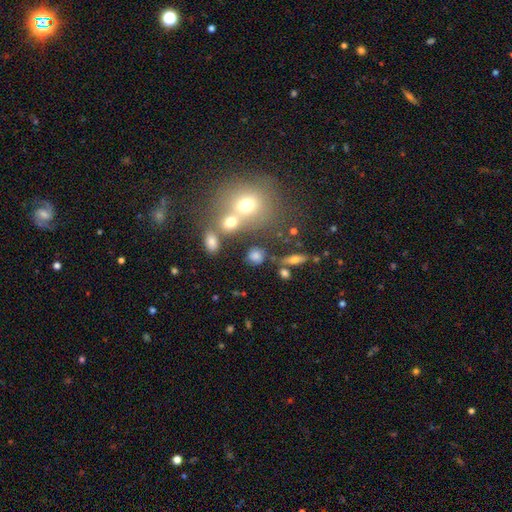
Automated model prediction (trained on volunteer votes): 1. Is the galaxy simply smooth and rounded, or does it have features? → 69% smooth, 16% featured or disk, 15% star or artifact.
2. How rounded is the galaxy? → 69% round, 27% in between, 4% cigar-shaped.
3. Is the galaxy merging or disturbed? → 67% none, 14% merger, 13% minor disturbance, 6% major disturbance.